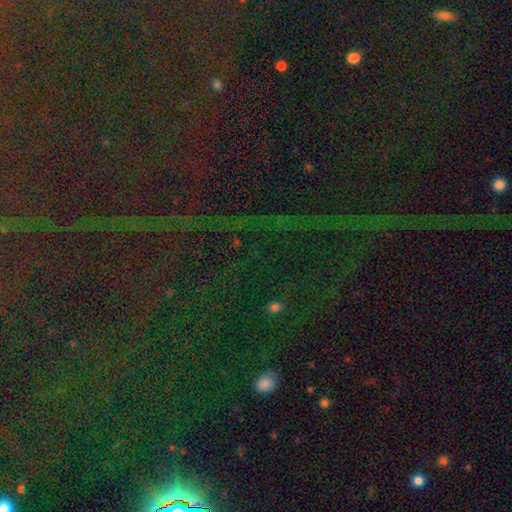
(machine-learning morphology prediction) Smooth or featured: star or artifact — 80% (smooth — 12%)